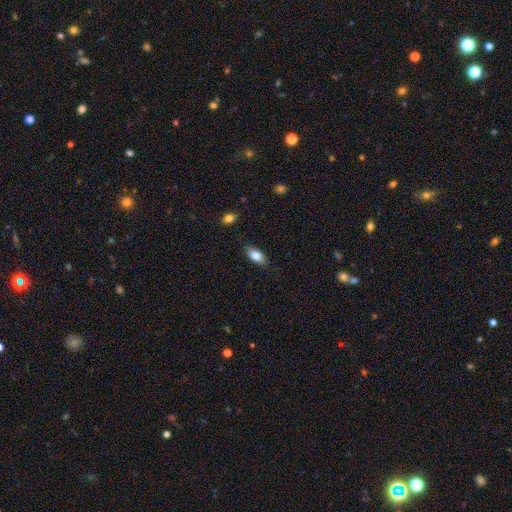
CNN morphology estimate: smooth-or-featured: smooth: 81% | featured or disk: 12% | star or artifact: 7%
  how-rounded: in between: 87% | cigar-shaped: 8% | round: 5%
  merging: none: 85% | minor disturbance: 11% | major disturbance: 2% | merger: 1%